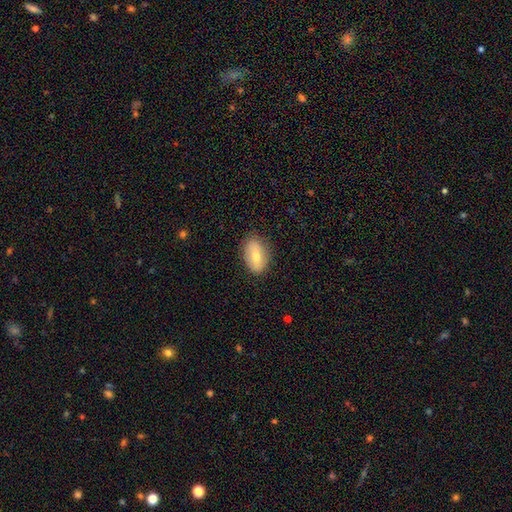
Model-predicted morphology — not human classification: Smooth or featured? Predicted: smooth (p=0.58). How rounded? Predicted: in between (p=0.89). Merging? Predicted: none (p=0.85).